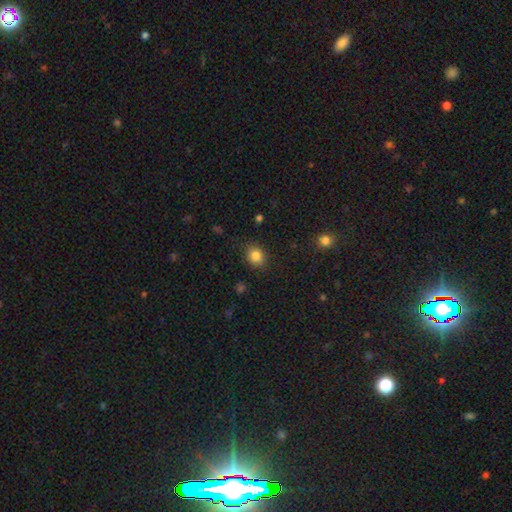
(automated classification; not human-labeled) Smooth or featured? Predicted: smooth (p=0.84). How rounded? Predicted: round (p=0.60). Merging? Predicted: none (p=0.85).